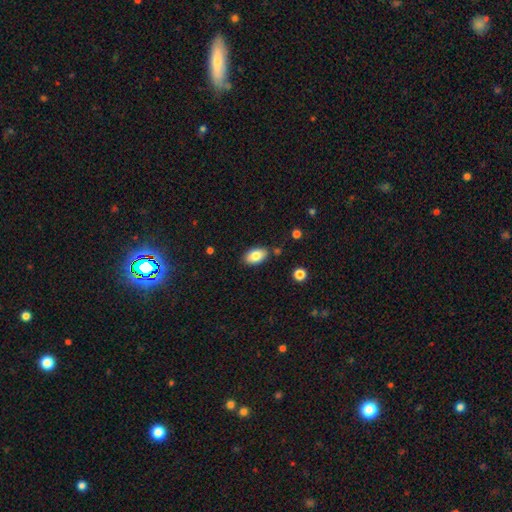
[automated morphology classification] Smooth or featured? smooth (82%)
How rounded? in between (92%)
Merging? none (83%)